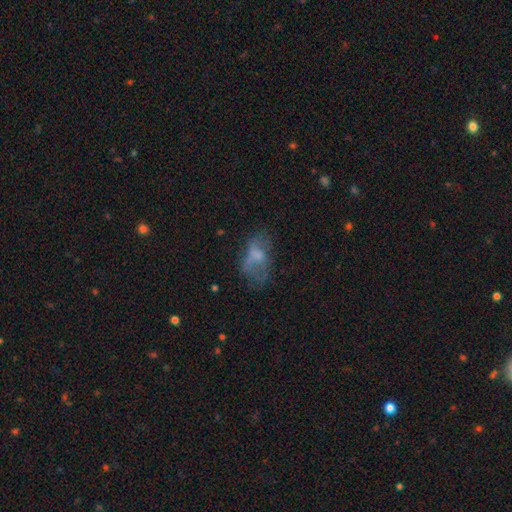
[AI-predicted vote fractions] smooth-or-featured: smooth: 48% | featured or disk: 39% | star or artifact: 14%
  merging: none: 38% | major disturbance: 34% | minor disturbance: 23% | merger: 5%